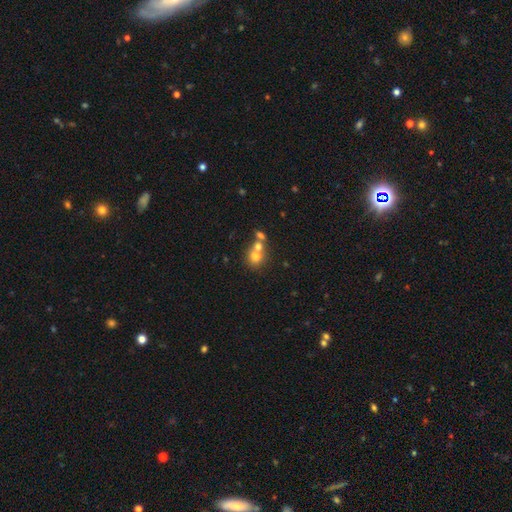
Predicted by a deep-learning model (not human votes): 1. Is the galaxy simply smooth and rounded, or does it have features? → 68% smooth, 19% featured or disk, 13% star or artifact.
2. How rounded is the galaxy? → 78% round, 21% in between, 1% cigar-shaped.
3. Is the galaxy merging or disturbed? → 54% merger, 36% none, 7% minor disturbance, 4% major disturbance.